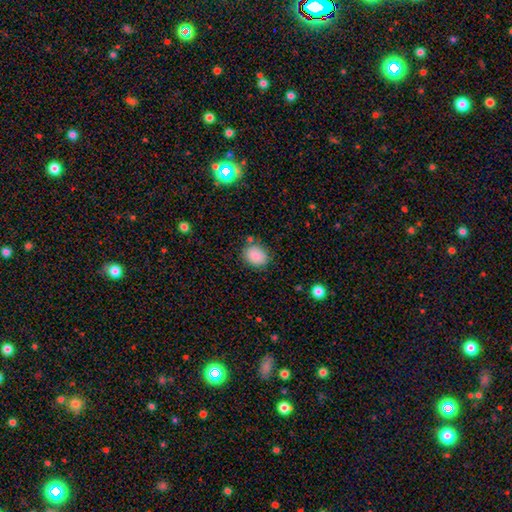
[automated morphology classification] Overall: smooth (87%). How rounded: round (50%; in between 49%). Merging: none (79%).